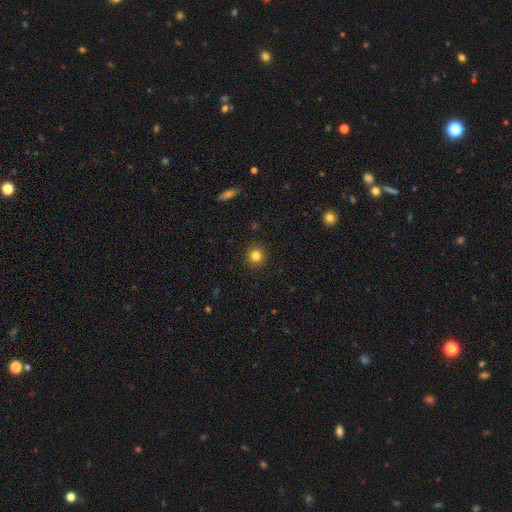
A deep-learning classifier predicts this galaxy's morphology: Overall: smooth (82%). How rounded: round (94%). Merging: none (92%).